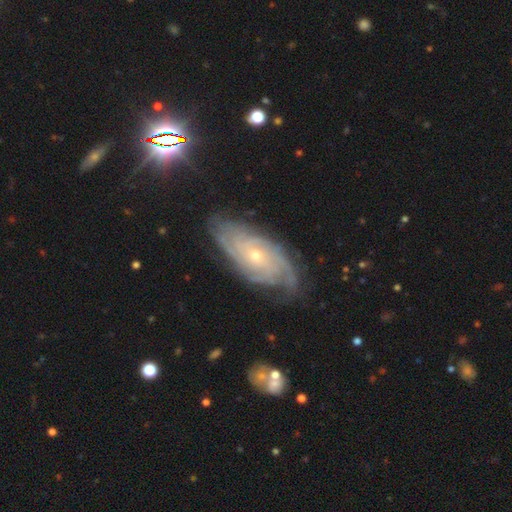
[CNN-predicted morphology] A featured or disk galaxy (85%) with no bar (76%), tight (73%) spiral arms (96%) and a small central bulge (68%). Merging: none (75%).